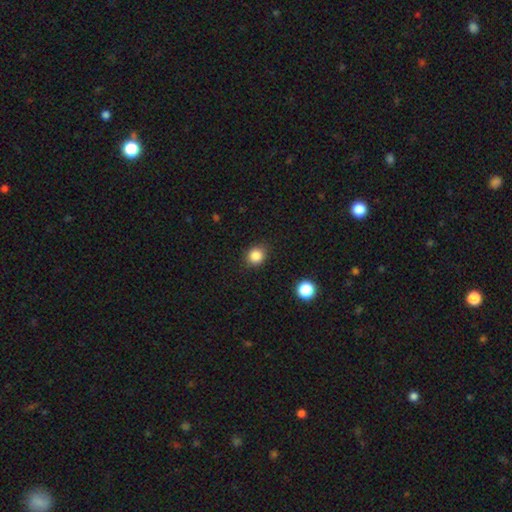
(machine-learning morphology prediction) smooth_or_featured: smooth (p=0.85) [alt: star or artifact p=0.11]
how_rounded: round (p=0.79) [alt: in between p=0.20]
merging: none (p=0.88) [alt: minor disturbance p=0.08]